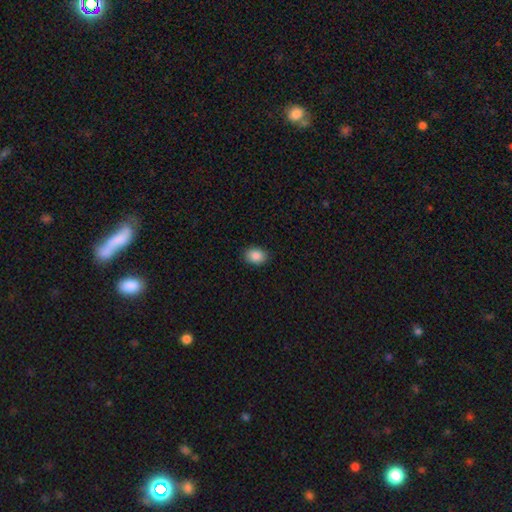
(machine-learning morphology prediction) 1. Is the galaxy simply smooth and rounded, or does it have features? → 89% smooth, 8% star or artifact, 3% featured or disk.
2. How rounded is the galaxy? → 68% in between, 31% round, 1% cigar-shaped.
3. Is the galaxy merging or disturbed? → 89% none, 8% minor disturbance, 2% major disturbance, 1% merger.